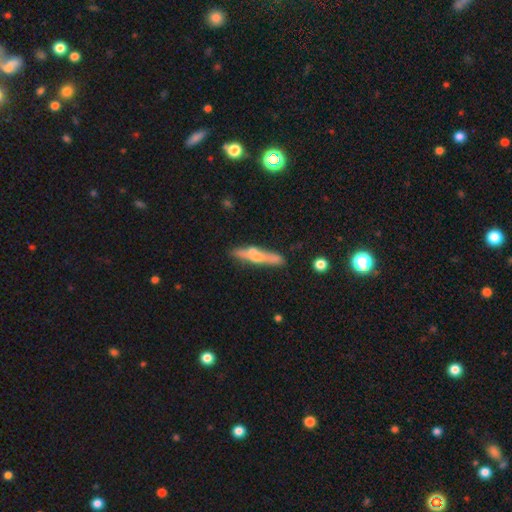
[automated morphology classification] Q: Smooth or featured?
A: featured or disk (55%); runner-up: smooth (38%)
Q: Edge-on disk?
A: yes (85%); runner-up: no (15%)
Q: Merging?
A: none (71%); runner-up: minor disturbance (16%)